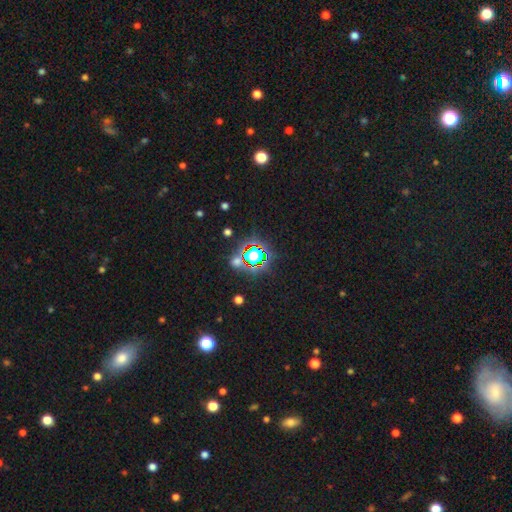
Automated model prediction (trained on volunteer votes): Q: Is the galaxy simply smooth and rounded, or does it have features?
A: star or artifact — 73%.